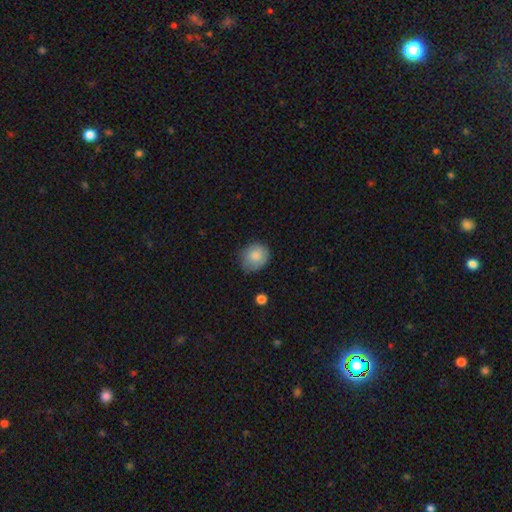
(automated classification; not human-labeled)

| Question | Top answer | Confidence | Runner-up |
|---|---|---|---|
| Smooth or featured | smooth | 81% | featured or disk (11%) |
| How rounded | round | 67% | in between (33%) |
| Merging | none | 70% | minor disturbance (24%) |